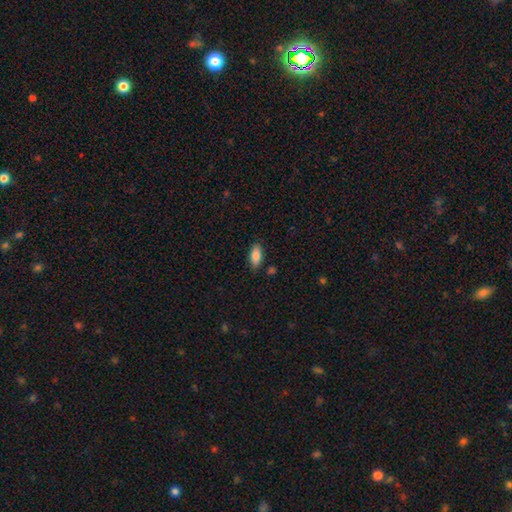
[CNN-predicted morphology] Smooth or featured: smooth — 84% (featured or disk — 9%)
How rounded: in between — 82% (cigar-shaped — 15%)
Merging: none — 83% (minor disturbance — 12%)